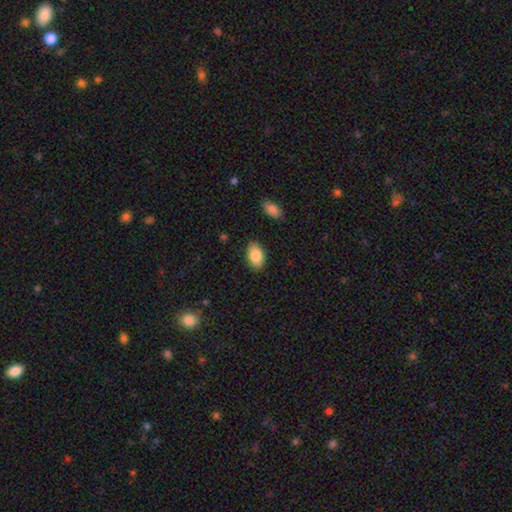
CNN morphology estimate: The model was most divided on "merging": none: 87%, minor disturbance: 10%, major disturbance: 2%, merger: 1%. More confident: how rounded — in between (91%); smooth or featured — smooth (86%).